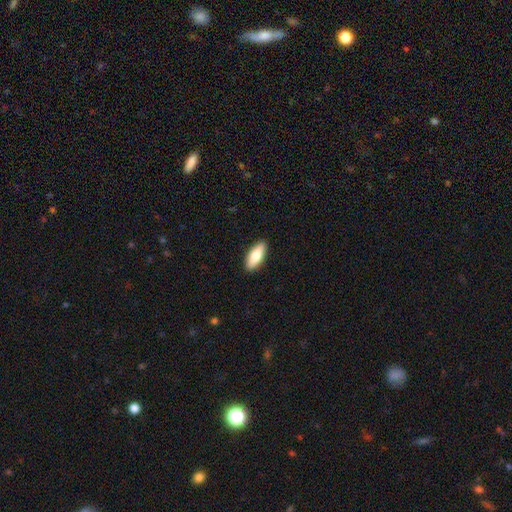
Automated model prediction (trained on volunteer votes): Smooth or featured? smooth (76%)
How rounded? in between (76%)
Merging? none (90%)